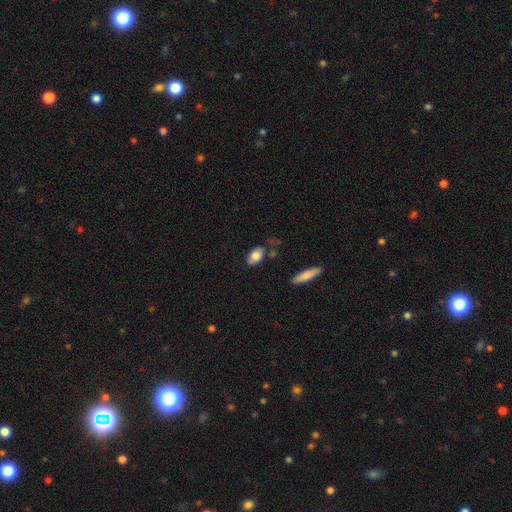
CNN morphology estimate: Smooth or featured?
  - smooth: 81% *
  - featured or disk: 12%
  - star or artifact: 7%
How rounded?
  - in between: 89% *
  - round: 7%
  - cigar-shaped: 3%
Merging?
  - none: 71% *
  - minor disturbance: 18%
  - merger: 6%
  - major disturbance: 5%